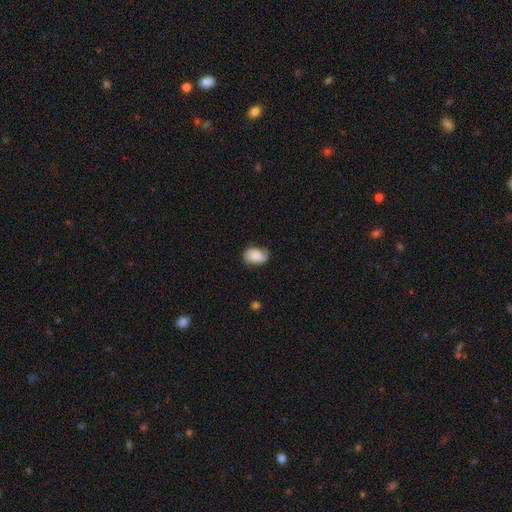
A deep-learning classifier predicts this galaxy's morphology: A smooth galaxy with no disk features (65%) that is in between round and cigar-shaped (80%). Merging: none (63%).